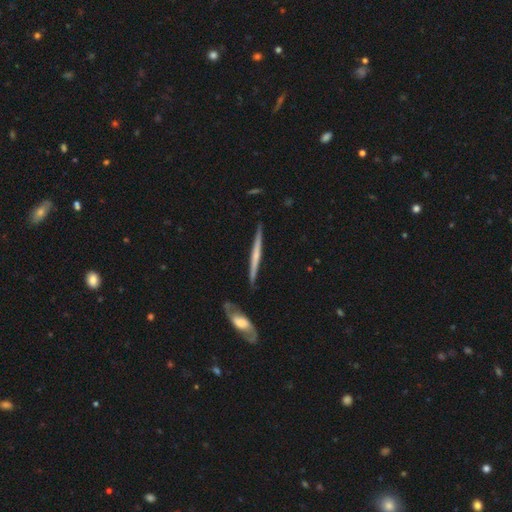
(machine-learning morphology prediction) A featured or disk galaxy (64%) viewed edge-on (96%) with no central bulge (59%). Merging: none (85%).